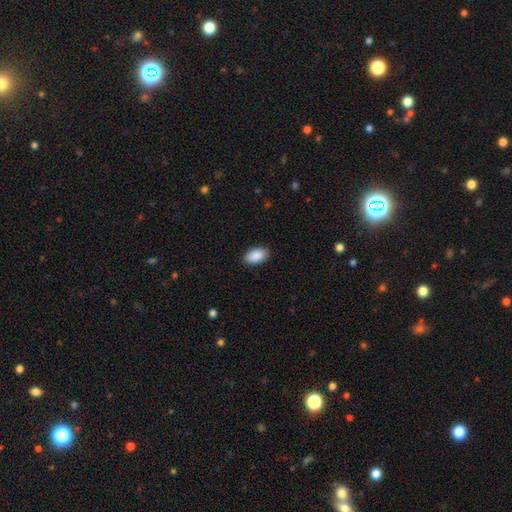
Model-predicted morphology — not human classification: This is clearly a smooth galaxy (90%). How rounded: clearly in between (94%). Merging: clearly none (89%).